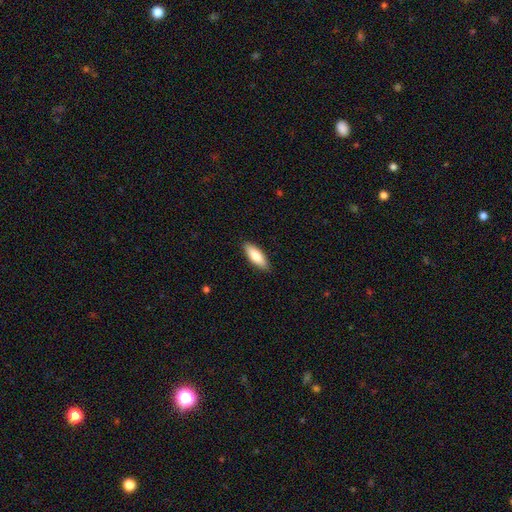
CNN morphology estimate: Smooth or featured? Predicted: smooth (p=0.80). How rounded? Predicted: in between (p=0.65). Merging? Predicted: none (p=0.89).